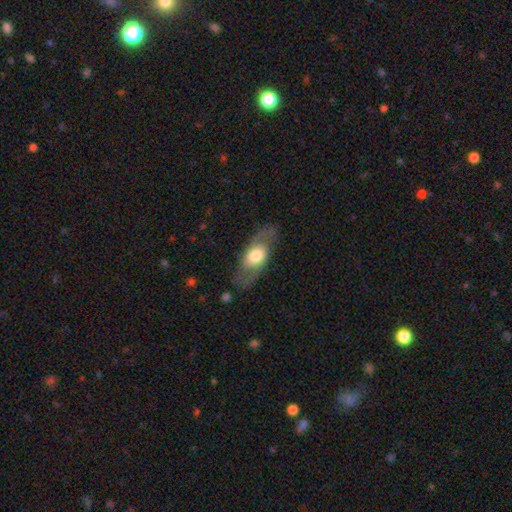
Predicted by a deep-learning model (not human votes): This is possibly a featured or disk galaxy (55%). It is clearly not viewed edge-on (80%). Merging: likely none (74%).